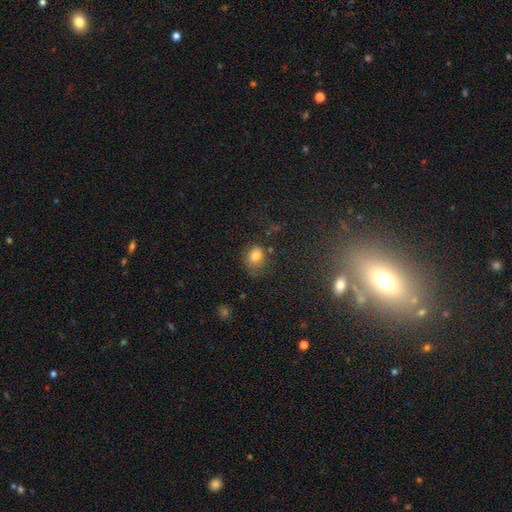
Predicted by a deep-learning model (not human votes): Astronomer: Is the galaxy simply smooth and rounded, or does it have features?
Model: smooth — 80%.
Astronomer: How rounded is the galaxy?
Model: round — 57% (runner-up: in between, 41%).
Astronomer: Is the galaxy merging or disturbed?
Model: none — 63%.